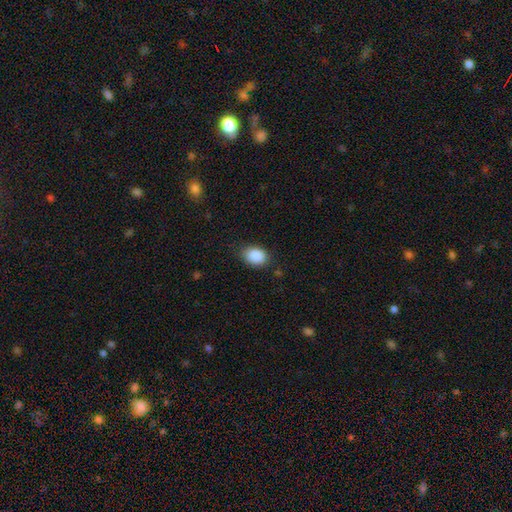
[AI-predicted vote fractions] smooth_or_featured: smooth (p=0.89) [alt: star or artifact p=0.08]
how_rounded: in between (p=0.75) [alt: round p=0.24]
merging: none (p=0.80) [alt: minor disturbance p=0.16]